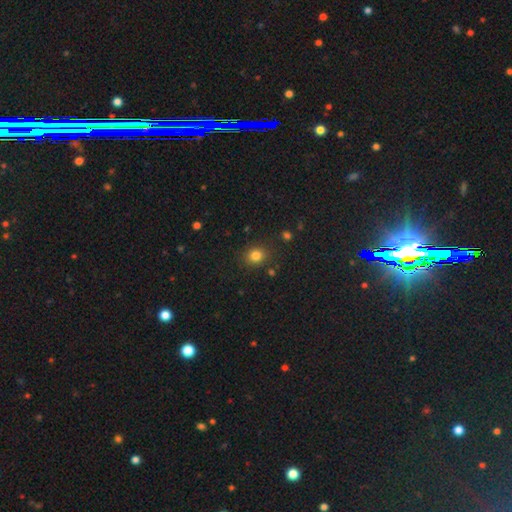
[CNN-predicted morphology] This is clearly a smooth galaxy (81%). How rounded: likely round (72%). Merging: clearly none (85%).